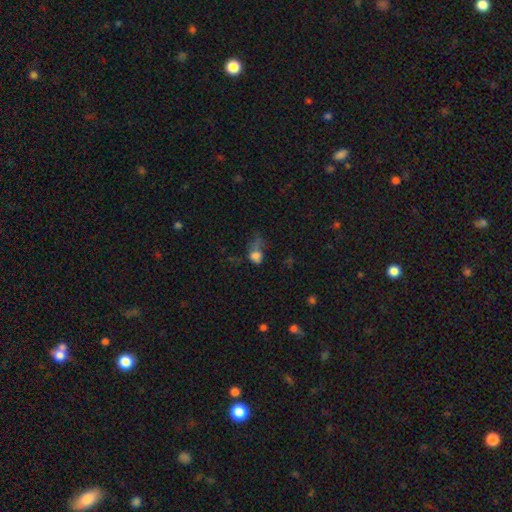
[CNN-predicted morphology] Smooth or featured: smooth — 68% (star or artifact — 16%)
How rounded: in between — 55% (round — 43%)
Merging: major disturbance — 49% (none — 21%)